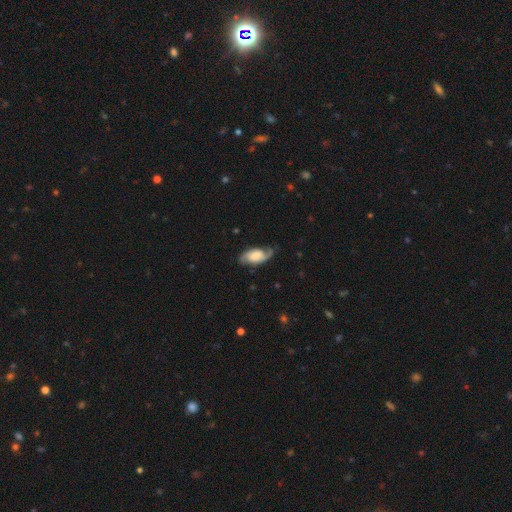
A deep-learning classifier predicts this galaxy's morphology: Smooth or featured? featured or disk (66%)
Edge-on disk? no (94%)
Bar? no (60%)
Spiral arms? yes (92%)
Spiral winding? medium (42%)
Spiral arm count? 2 (83%)
Bulge size? large (26%)
Merging? none (68%)